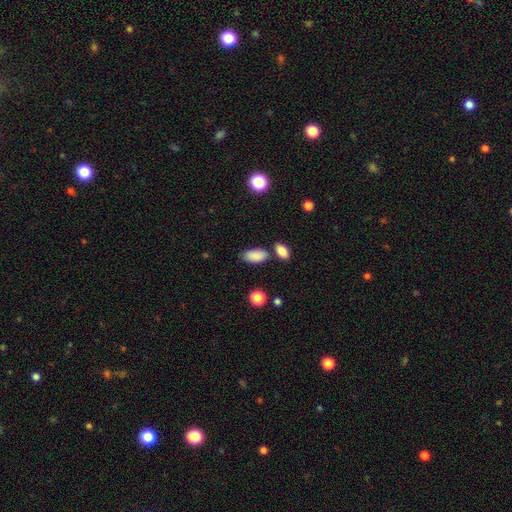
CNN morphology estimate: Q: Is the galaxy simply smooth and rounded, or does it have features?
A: smooth — 88%.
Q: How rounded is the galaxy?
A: in between — 93%.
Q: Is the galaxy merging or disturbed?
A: none — 71%.